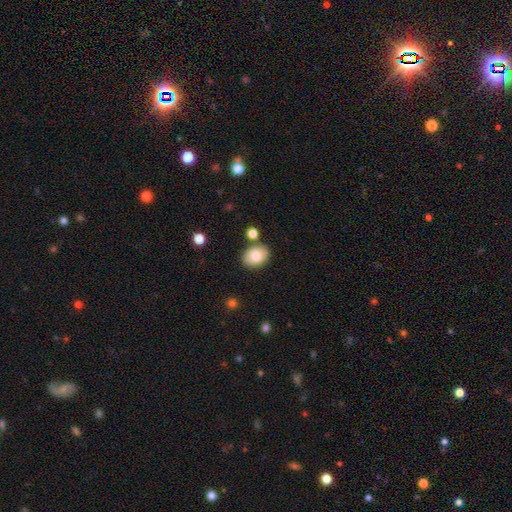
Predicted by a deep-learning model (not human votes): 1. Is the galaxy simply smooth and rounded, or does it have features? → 82% smooth, 10% featured or disk, 8% star or artifact.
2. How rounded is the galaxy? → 70% in between, 29% round, 1% cigar-shaped.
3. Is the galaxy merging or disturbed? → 77% none, 13% minor disturbance, 7% merger, 3% major disturbance.